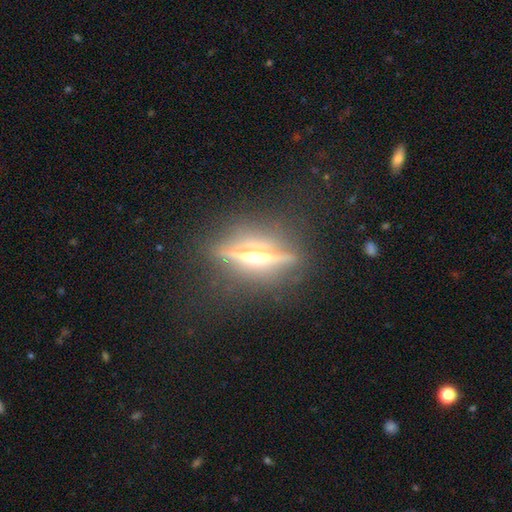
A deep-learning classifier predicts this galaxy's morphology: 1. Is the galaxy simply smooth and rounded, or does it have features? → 83% featured or disk, 10% smooth, 8% star or artifact.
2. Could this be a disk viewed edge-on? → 95% yes, 5% no.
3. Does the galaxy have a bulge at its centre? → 93% rounded, 4% boxy, 4% none.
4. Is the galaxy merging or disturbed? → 85% none, 10% minor disturbance, 4% major disturbance, 1% merger.